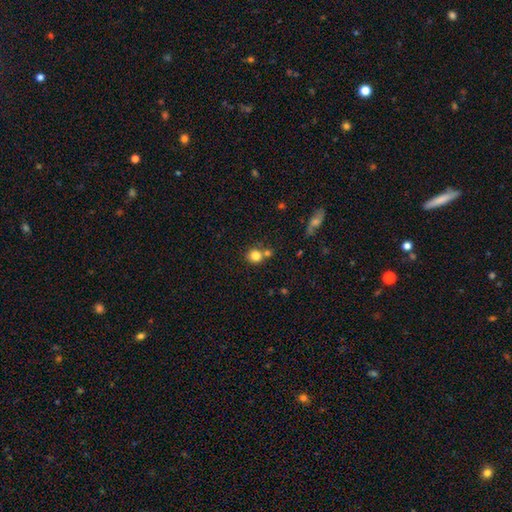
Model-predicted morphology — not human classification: smooth 81%, star or artifact 11%, featured or disk 8%. Down the decision tree: how rounded — round (87%); merging — none (61%).